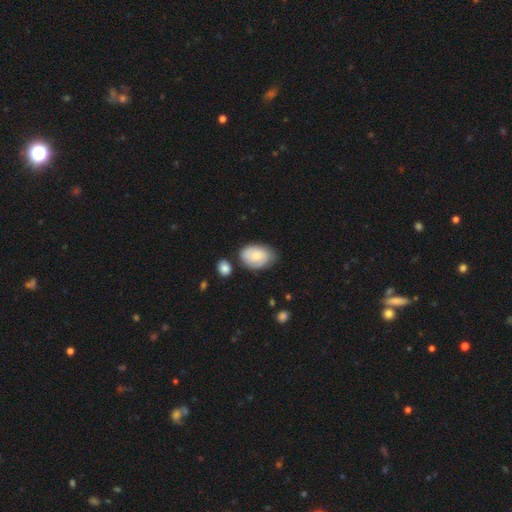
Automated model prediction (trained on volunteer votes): Smooth or featured?
  - smooth: 69% *
  - featured or disk: 25%
  - star or artifact: 6%
How rounded?
  - in between: 85% *
  - round: 14%
  - cigar-shaped: 1%
Merging?
  - none: 63% *
  - minor disturbance: 25%
  - merger: 7%
  - major disturbance: 5%